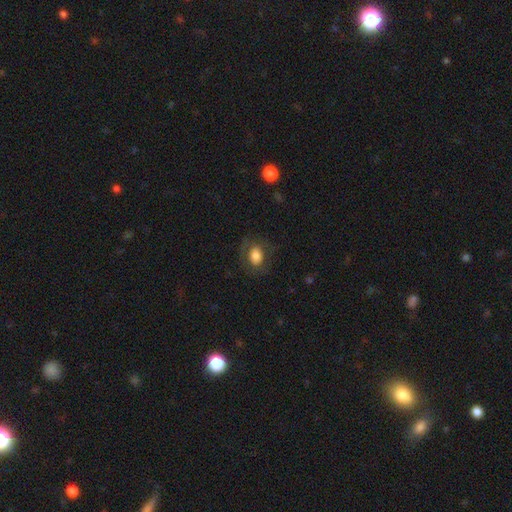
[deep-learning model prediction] Smooth or featured? Predicted: smooth (p=0.77). How rounded? Predicted: in between (p=0.66). Merging? Predicted: none (p=0.75).